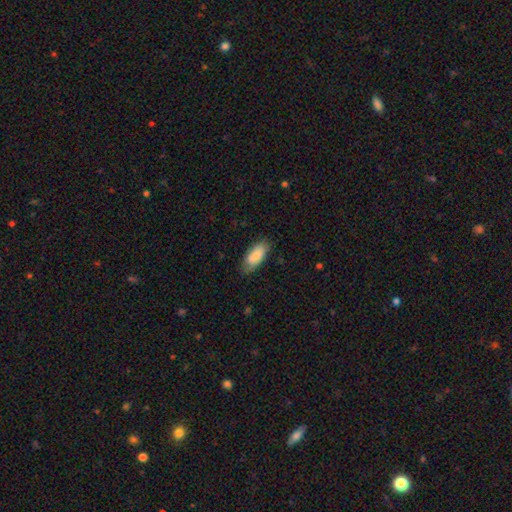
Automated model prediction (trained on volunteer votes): Morphology: type=smooth (85%); roundness=in between (84%); merging=none (67%).